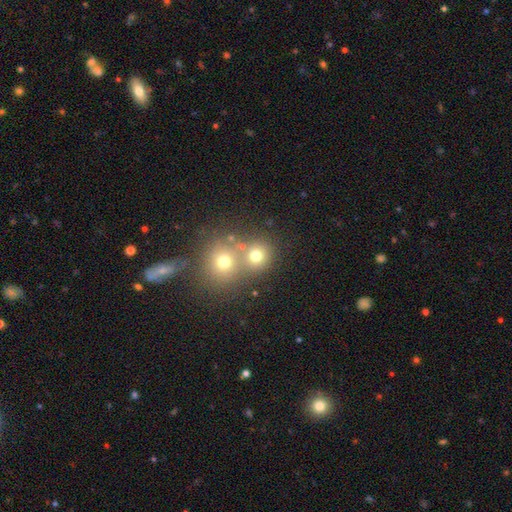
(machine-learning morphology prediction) Overall: smooth (72%). How rounded: round (85%). Merging: none (51%; merger 40%).